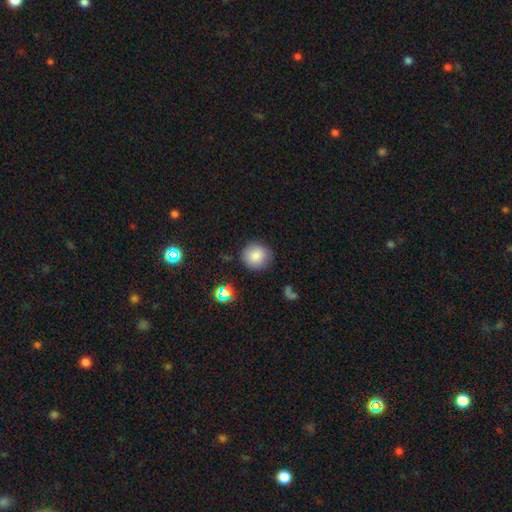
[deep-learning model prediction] Smooth or featured? smooth (83%)
How rounded? round (92%)
Merging? none (85%)